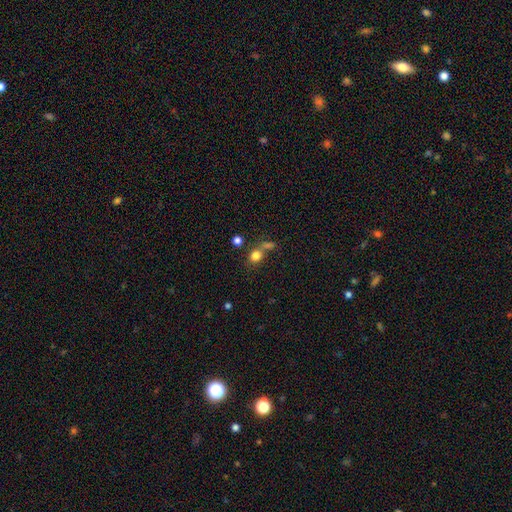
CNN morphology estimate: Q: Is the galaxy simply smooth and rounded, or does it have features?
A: smooth — 79%.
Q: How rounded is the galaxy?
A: round — 61%.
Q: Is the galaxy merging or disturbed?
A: none — 50%.